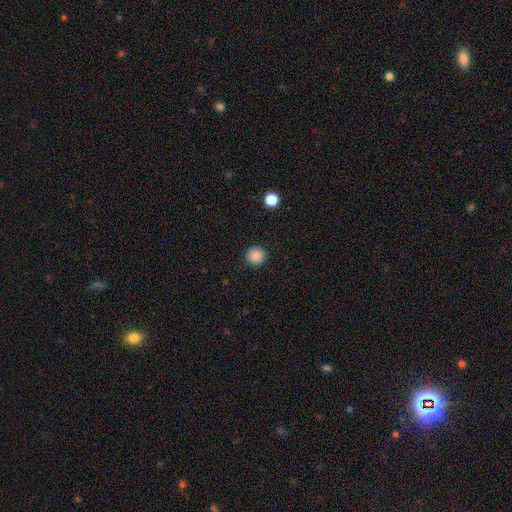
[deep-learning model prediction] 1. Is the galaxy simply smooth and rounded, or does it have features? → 87% smooth, 10% star or artifact, 3% featured or disk.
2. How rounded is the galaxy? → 94% round, 5% in between, 1% cigar-shaped.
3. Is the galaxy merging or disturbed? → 92% none, 5% minor disturbance, 2% major disturbance, 1% merger.